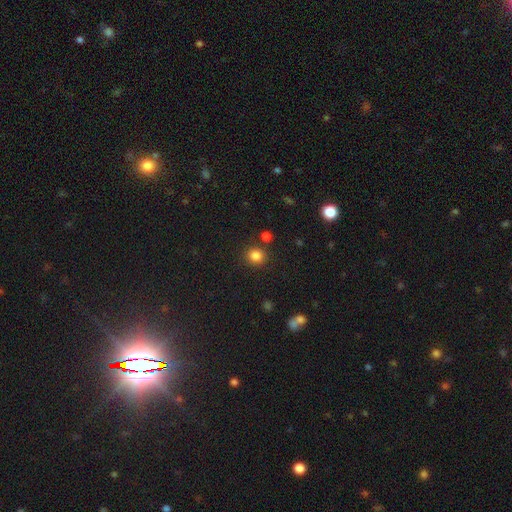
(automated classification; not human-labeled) smooth 83%, star or artifact 12%, featured or disk 5%. Down the decision tree: how rounded — round (81%); merging — none (81%).